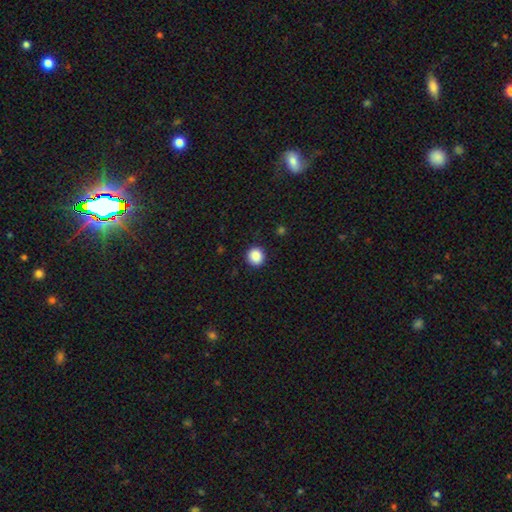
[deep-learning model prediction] This is clearly a smooth galaxy (88%). How rounded: clearly round (92%). Merging: clearly none (91%).